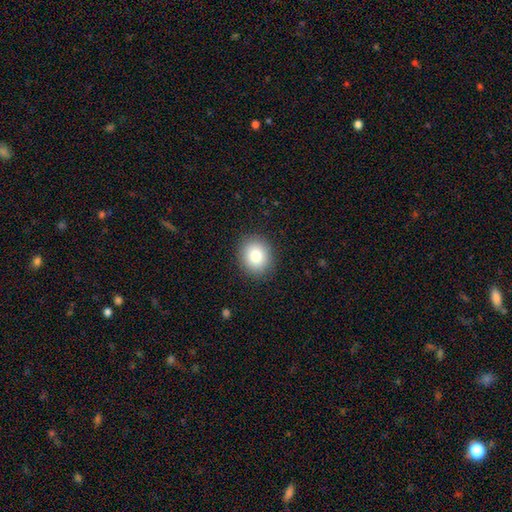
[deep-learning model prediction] Overall: smooth (81%). How rounded: round (76%). Merging: none (90%).